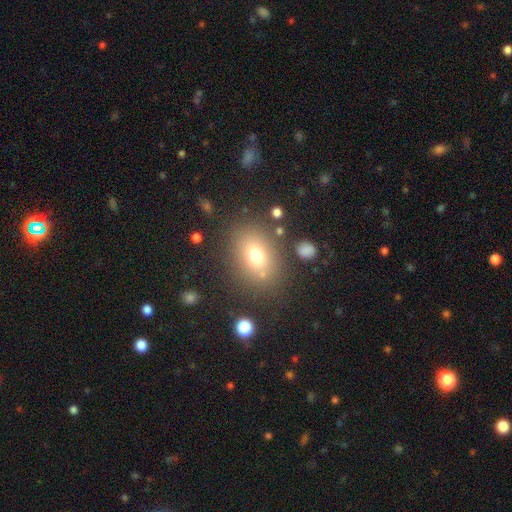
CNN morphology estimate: Overall: smooth (71%). How rounded: in between (62%; round 36%). Merging: none (77%).